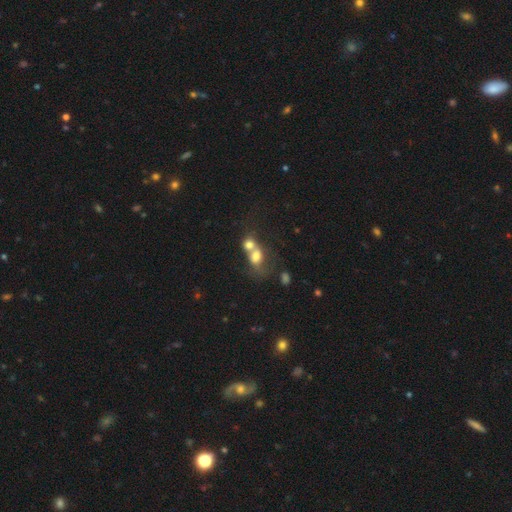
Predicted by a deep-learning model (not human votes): Morphology: type=smooth (69%); roundness=in between (57%); merging=merger (72%).